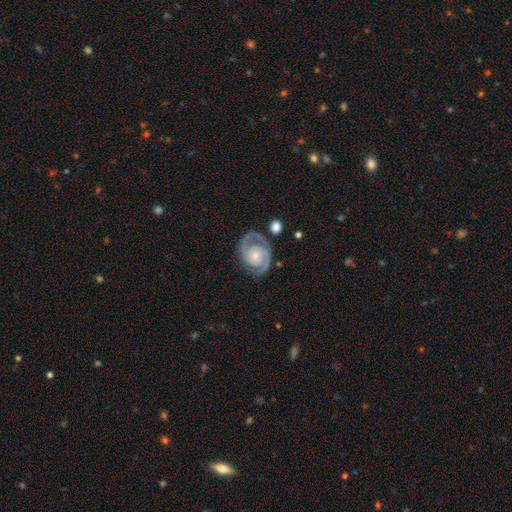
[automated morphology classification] Smooth or featured? Predicted: featured or disk (p=0.87). Edge-on disk? Predicted: no (p=0.98). Bar? Predicted: no (p=0.70). Spiral arms? Predicted: yes (p=0.97). Spiral winding? Predicted: tight (p=0.52). Spiral arm count? Predicted: 2 (p=0.88). Bulge size? Predicted: small (p=0.59). Merging? Predicted: none (p=0.75).